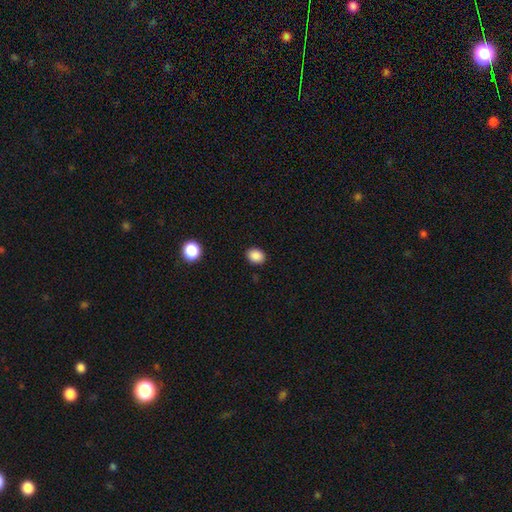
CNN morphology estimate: Q: Smooth or featured?
A: smooth (88%); runner-up: star or artifact (9%)
Q: How rounded?
A: in between (58%); runner-up: round (41%)
Q: Merging?
A: none (89%); runner-up: minor disturbance (7%)